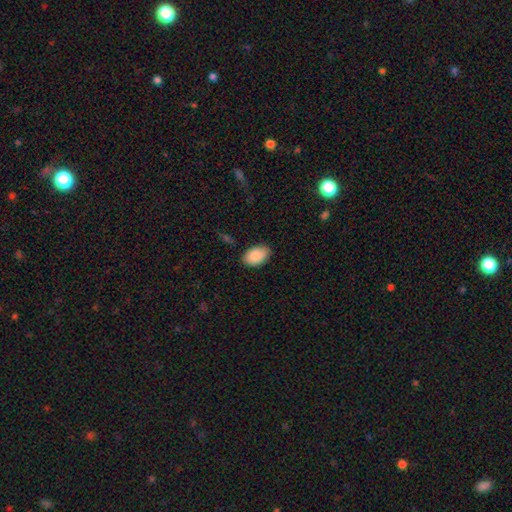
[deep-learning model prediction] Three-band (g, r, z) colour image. It shows a smooth galaxy with no disk features (89%) that is in between round and cigar-shaped (91%). Merging: none (84%).